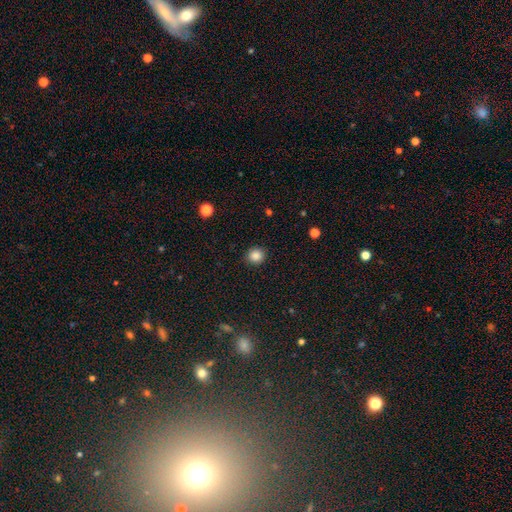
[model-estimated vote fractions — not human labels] This is clearly a smooth galaxy (85%). How rounded: clearly round (88%). Merging: clearly none (91%).